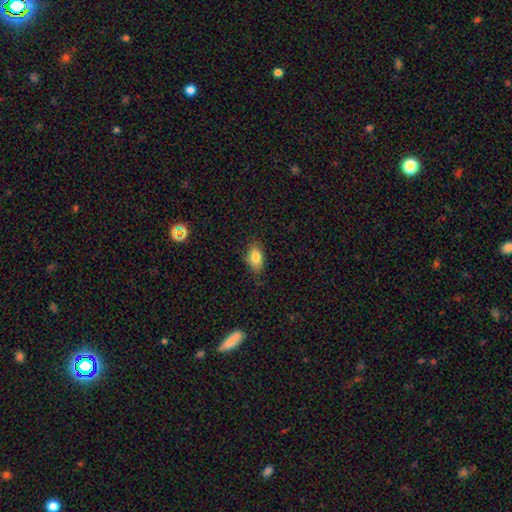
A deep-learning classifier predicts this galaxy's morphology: This is clearly a smooth galaxy (82%). How rounded: clearly in between (86%). Merging: clearly none (81%).